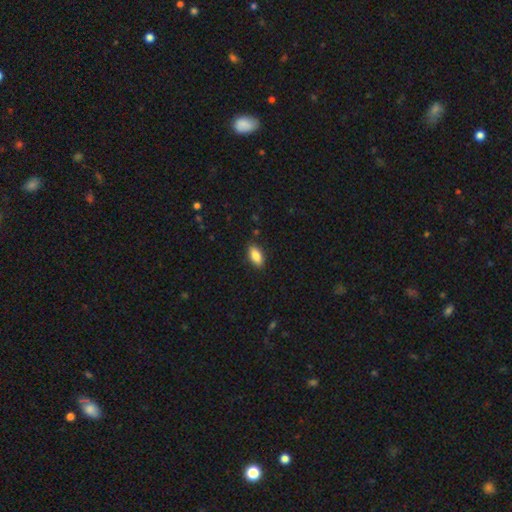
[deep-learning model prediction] A smooth galaxy with no disk features (84%) that is in between round and cigar-shaped (88%). Merging: none (88%).